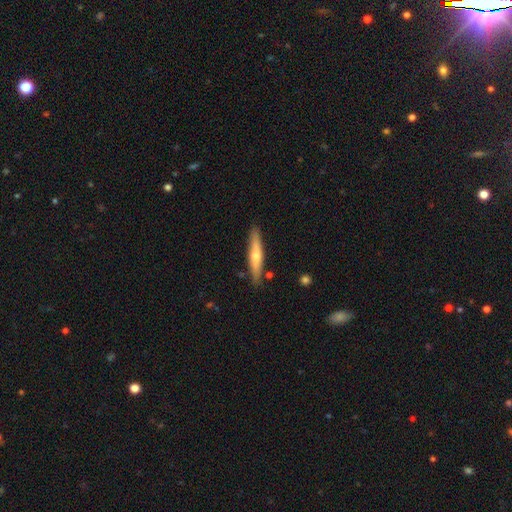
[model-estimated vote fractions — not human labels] smooth_or_featured: featured or disk (p=0.48) [alt: smooth p=0.46]
merging: none (p=0.85) [alt: minor disturbance p=0.10]